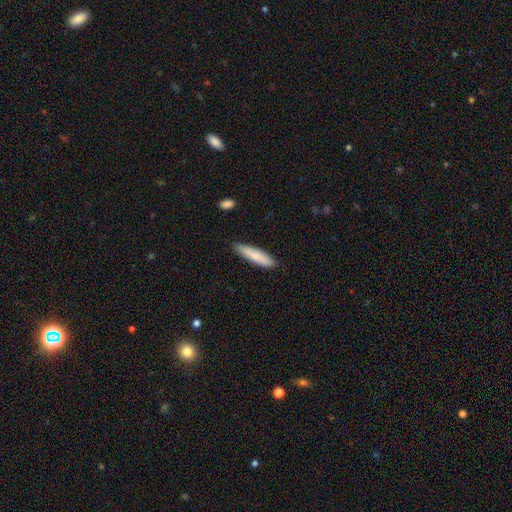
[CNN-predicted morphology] Smooth or featured? smooth (81%)
How rounded? cigar-shaped (82%)
Merging? none (86%)